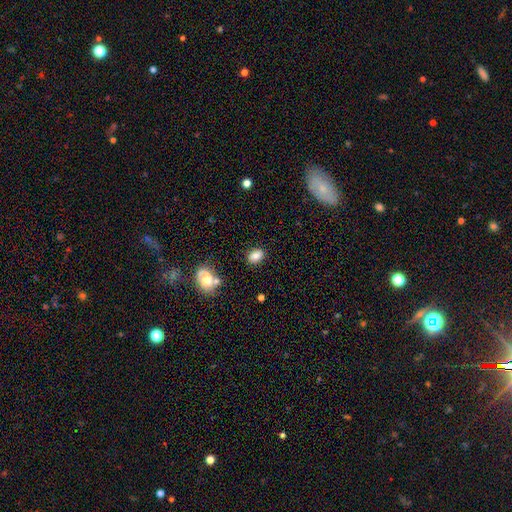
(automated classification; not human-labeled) Smooth or featured? smooth (78%)
How rounded? in between (70%)
Merging? none (82%)